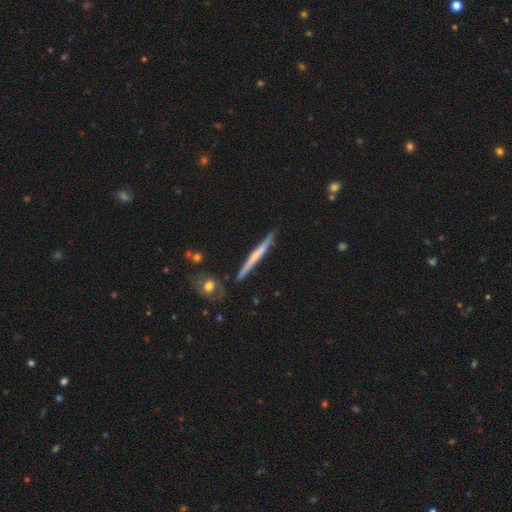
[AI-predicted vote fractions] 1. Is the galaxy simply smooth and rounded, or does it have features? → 56% featured or disk, 38% smooth, 6% star or artifact.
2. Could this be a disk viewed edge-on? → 97% yes, 3% no.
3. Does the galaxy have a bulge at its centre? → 67% none, 26% rounded, 7% boxy.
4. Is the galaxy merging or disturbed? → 87% none, 9% minor disturbance, 2% merger, 2% major disturbance.